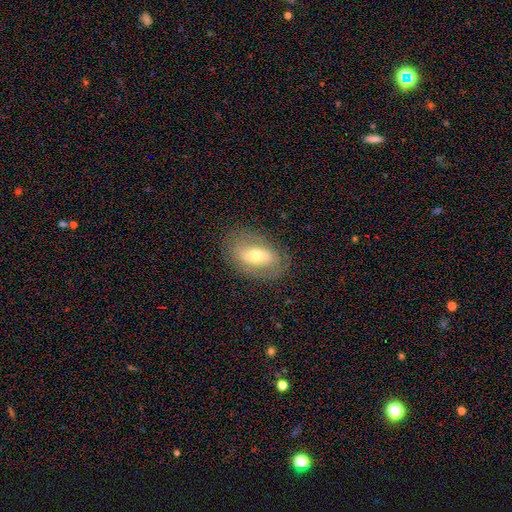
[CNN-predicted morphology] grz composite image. It shows a featured or disk galaxy (48%). Merging: none (80%).